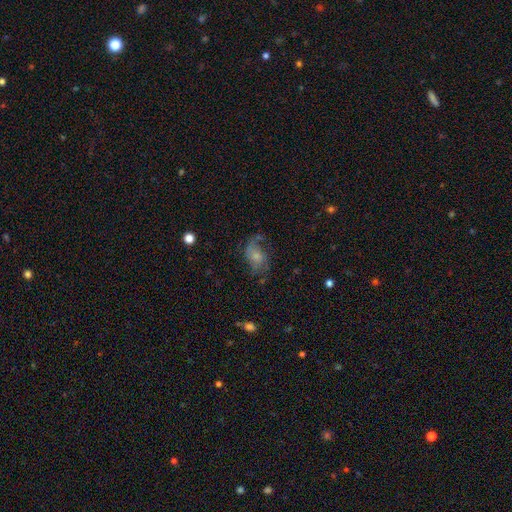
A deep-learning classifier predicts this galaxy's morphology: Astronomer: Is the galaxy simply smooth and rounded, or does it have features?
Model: featured or disk — 53% (runner-up: smooth, 37%).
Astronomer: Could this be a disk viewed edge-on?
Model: no — 96%.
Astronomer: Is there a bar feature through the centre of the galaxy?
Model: no — 73%.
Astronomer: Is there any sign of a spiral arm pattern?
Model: yes — 77%.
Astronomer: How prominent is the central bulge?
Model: small — 50% (runner-up: moderate, 31%).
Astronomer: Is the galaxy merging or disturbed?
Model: none — 45% (runner-up: major disturbance, 28%).